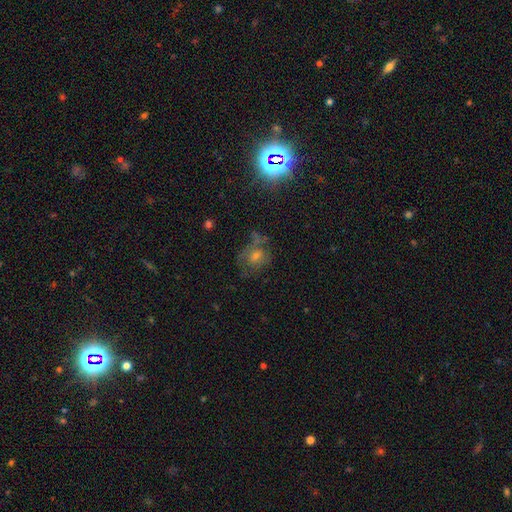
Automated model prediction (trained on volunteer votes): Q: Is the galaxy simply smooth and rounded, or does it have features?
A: star or artifact — 37%.